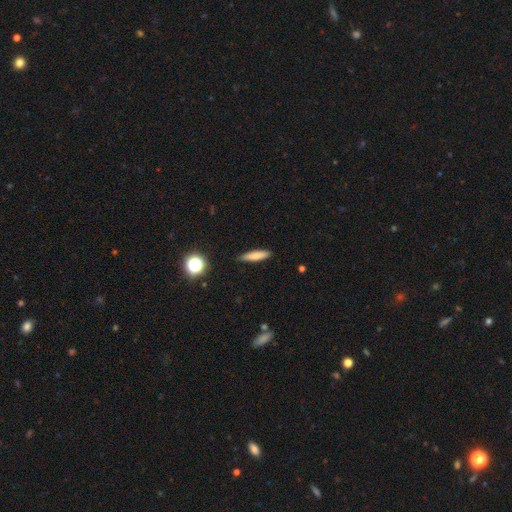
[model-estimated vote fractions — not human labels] A smooth galaxy with no disk features (76%) that is cigar-shaped (77%).

Vote fractions:
- Smooth or featured? smooth: 76% / featured or disk: 15% / star or artifact: 9%
- How rounded? cigar-shaped: 77% / in between: 20% / round: 2%
- Merging? none: 86% / minor disturbance: 11% / major disturbance: 2% / merger: 1%